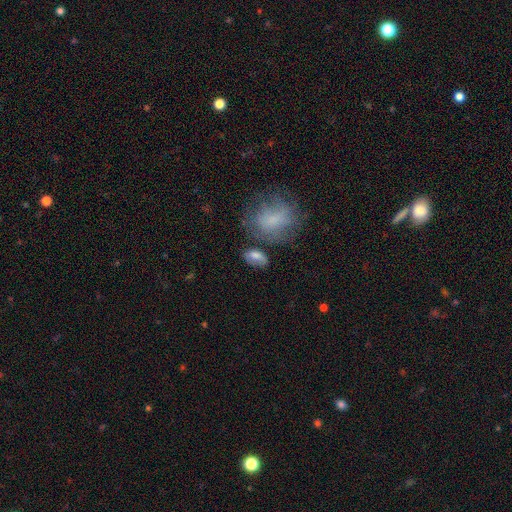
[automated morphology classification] Smooth or featured? smooth (74%)
How rounded? in between (89%)
Merging? none (59%)